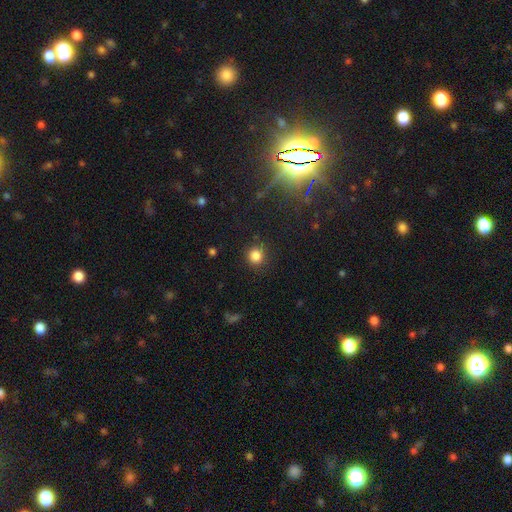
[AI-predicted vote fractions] smooth 83%, star or artifact 13%, featured or disk 4%. Down the decision tree: how rounded — round (91%); merging — none (87%).